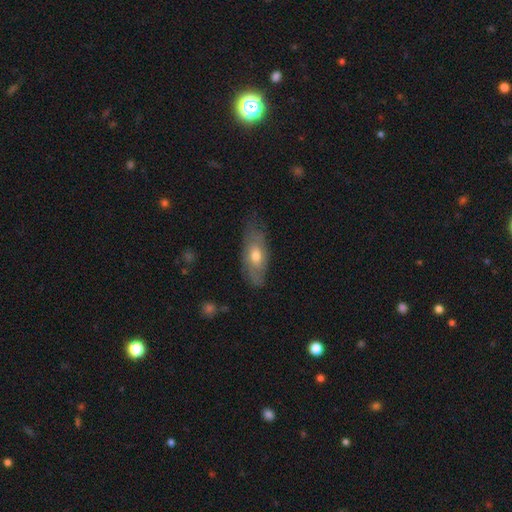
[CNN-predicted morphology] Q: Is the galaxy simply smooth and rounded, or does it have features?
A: featured or disk — 49%.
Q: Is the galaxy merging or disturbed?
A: none — 74%.